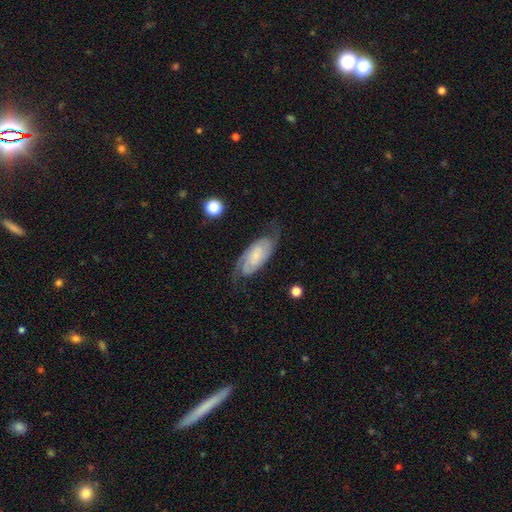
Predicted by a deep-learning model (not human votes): Smooth or featured? featured or disk (74%)
Edge-on disk? no (93%)
Bar? no (61%)
Spiral arms? yes (94%)
Spiral winding? tight (52%)
Spiral arm count? 2 (78%)
Bulge size? small (59%)
Merging? none (68%)